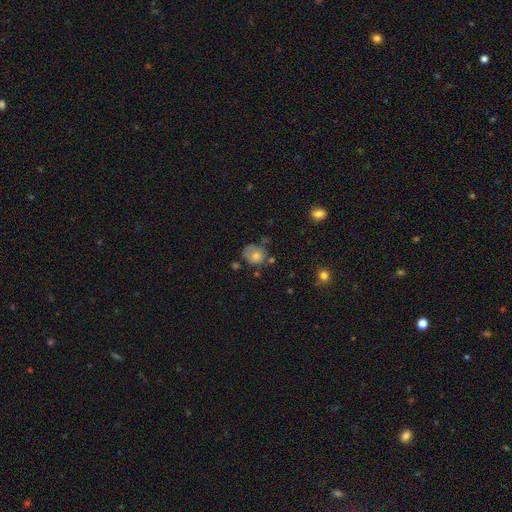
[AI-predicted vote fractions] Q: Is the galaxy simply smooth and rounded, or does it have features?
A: smooth — 70%.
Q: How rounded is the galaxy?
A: round — 69%.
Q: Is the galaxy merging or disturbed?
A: none — 45%.